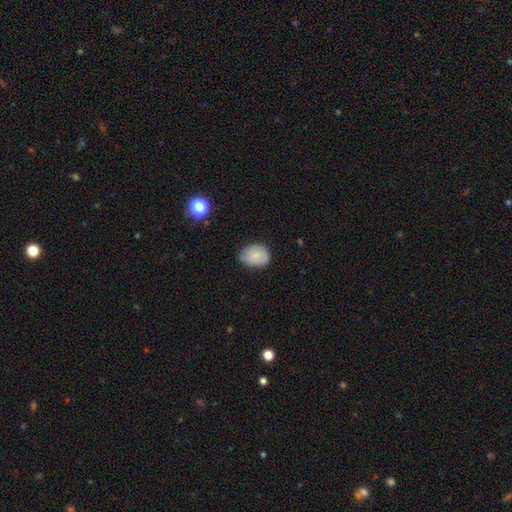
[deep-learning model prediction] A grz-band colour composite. It shows a smooth galaxy with no disk features (70%) that is in between round and cigar-shaped (59%). Merging: none (63%).